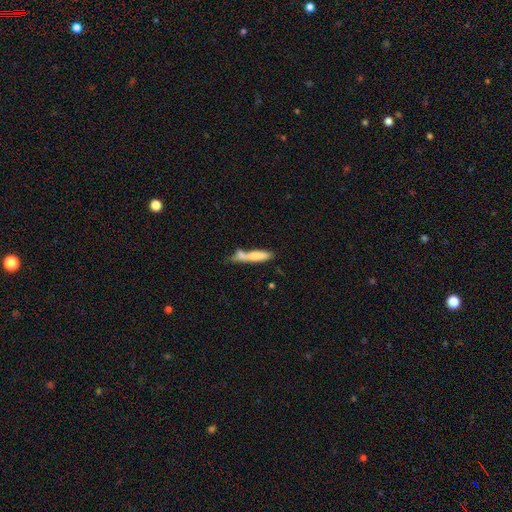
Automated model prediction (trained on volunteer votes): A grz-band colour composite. It shows a smooth galaxy with no disk features (68%) that is cigar-shaped (77%). Merging: merger (42%).